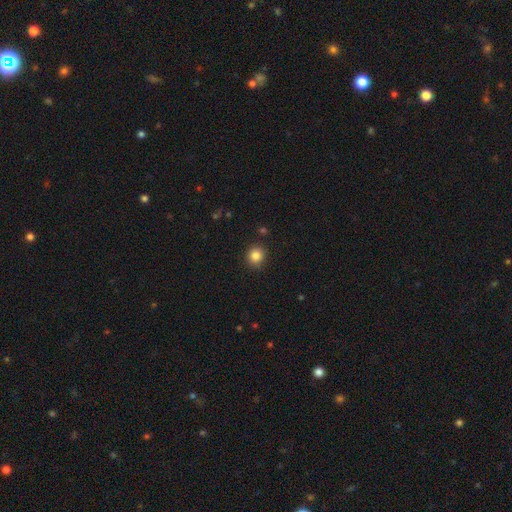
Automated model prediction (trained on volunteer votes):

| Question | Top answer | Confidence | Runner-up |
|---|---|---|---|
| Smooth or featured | smooth | 84% | star or artifact (11%) |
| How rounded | round | 88% | in between (11%) |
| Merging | none | 89% | minor disturbance (8%) |